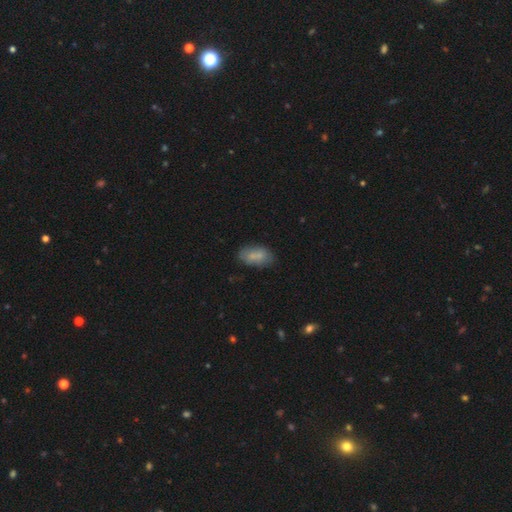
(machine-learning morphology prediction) smooth-or-featured: smooth: 74% | featured or disk: 18% | star or artifact: 8%
  how-rounded: in between: 92% | round: 5% | cigar-shaped: 4%
  merging: none: 65% | minor disturbance: 19% | merger: 12% | major disturbance: 5%